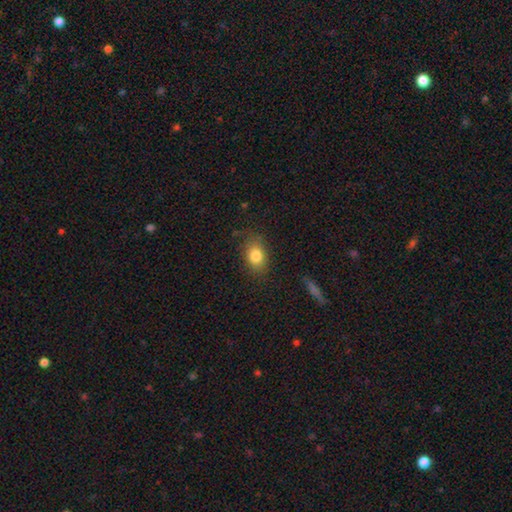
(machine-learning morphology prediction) Smooth or featured?
  - smooth: 83% *
  - star or artifact: 9%
  - featured or disk: 8%
How rounded?
  - in between: 74% *
  - round: 24%
  - cigar-shaped: 2%
Merging?
  - none: 77% *
  - minor disturbance: 16%
  - major disturbance: 5%
  - merger: 2%